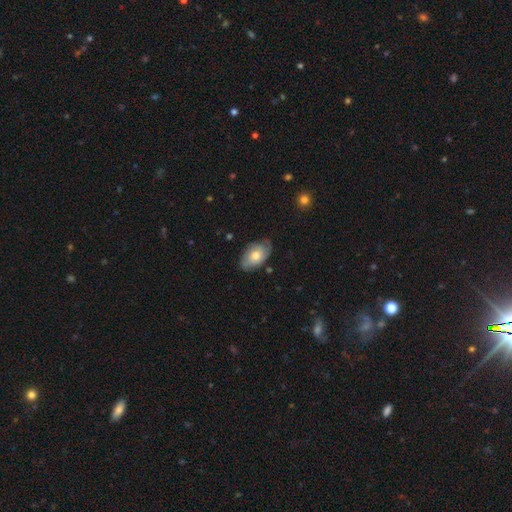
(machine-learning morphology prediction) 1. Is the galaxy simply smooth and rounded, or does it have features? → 57% smooth, 36% featured or disk, 7% star or artifact.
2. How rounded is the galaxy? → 91% in between, 7% round, 2% cigar-shaped.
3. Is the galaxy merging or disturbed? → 70% none, 24% minor disturbance, 5% major disturbance, 1% merger.